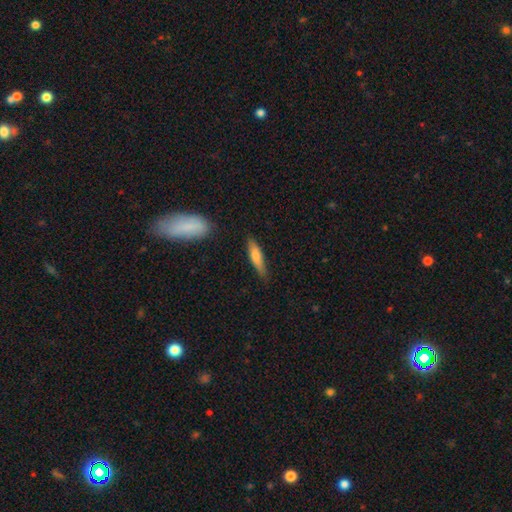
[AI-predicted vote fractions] Smooth or featured?
  - smooth: 71% *
  - featured or disk: 23%
  - star or artifact: 6%
How rounded?
  - cigar-shaped: 75% *
  - in between: 23%
  - round: 2%
Merging?
  - none: 78% *
  - minor disturbance: 16%
  - major disturbance: 3%
  - merger: 2%